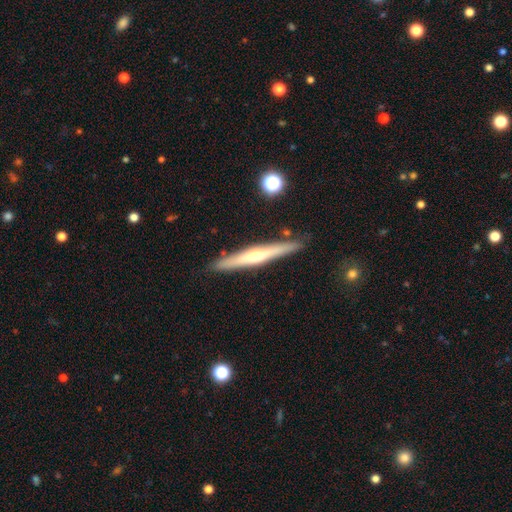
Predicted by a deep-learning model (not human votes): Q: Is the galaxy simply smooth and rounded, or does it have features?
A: featured or disk — 69%.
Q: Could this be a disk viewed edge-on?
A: yes — 97%.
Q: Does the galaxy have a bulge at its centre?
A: rounded — 79%.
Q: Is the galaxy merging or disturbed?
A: none — 89%.